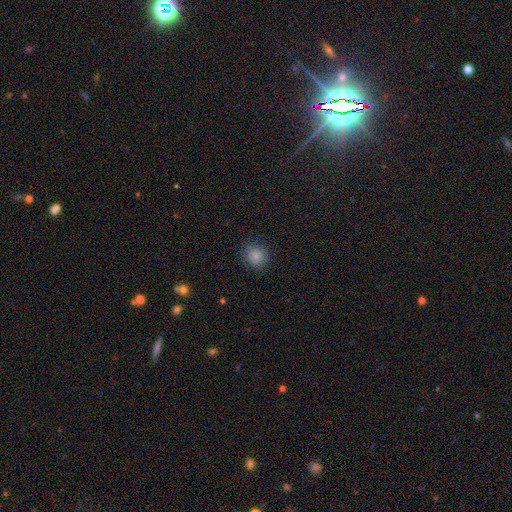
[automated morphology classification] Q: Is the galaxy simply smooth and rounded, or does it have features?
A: smooth — 86%.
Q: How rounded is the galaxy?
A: round — 84%.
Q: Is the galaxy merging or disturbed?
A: none — 87%.